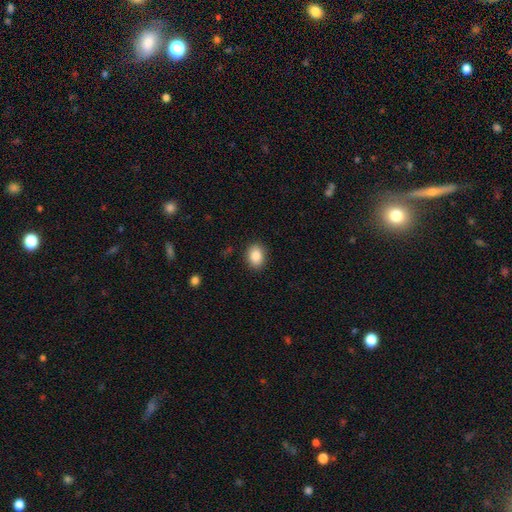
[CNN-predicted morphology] smooth 86%, star or artifact 8%, featured or disk 6%. Down the decision tree: how rounded — in between (70%); merging — none (89%).